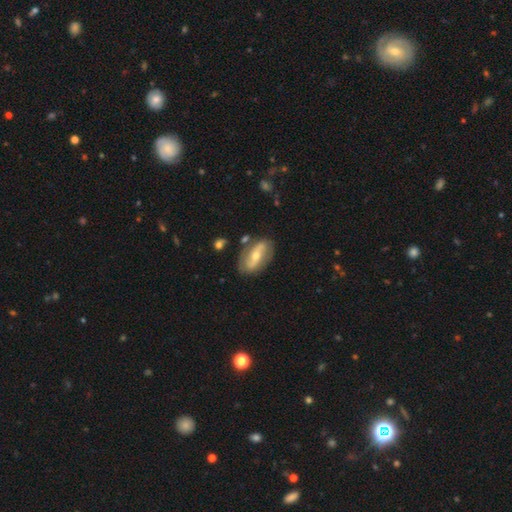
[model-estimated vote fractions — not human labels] Q: Smooth or featured?
A: featured or disk (68%); runner-up: smooth (25%)
Q: Edge-on disk?
A: no (87%); runner-up: yes (13%)
Q: Bar?
A: strong (50%); runner-up: weak (26%)
Q: Spiral arms?
A: yes (64%); runner-up: no (36%)
Q: Bulge size?
A: moderate (55%); runner-up: small (41%)
Q: Merging?
A: none (80%); runner-up: minor disturbance (13%)